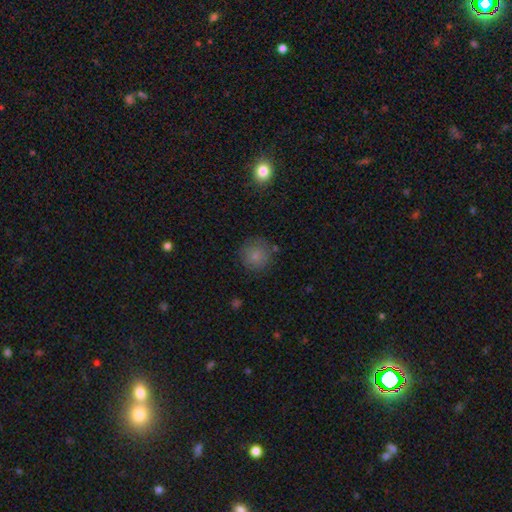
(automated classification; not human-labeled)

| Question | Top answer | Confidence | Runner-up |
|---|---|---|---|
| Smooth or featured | smooth | 81% | star or artifact (10%) |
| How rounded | round | 92% | in between (7%) |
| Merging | none | 78% | minor disturbance (15%) |